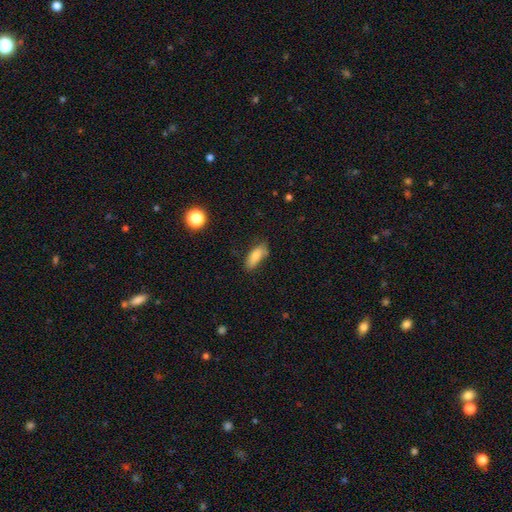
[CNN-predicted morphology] The model was most divided on "merging": none: 66%, minor disturbance: 25%, major disturbance: 5%, merger: 4%. More confident: smooth or featured — smooth (82%); how rounded — in between (77%).